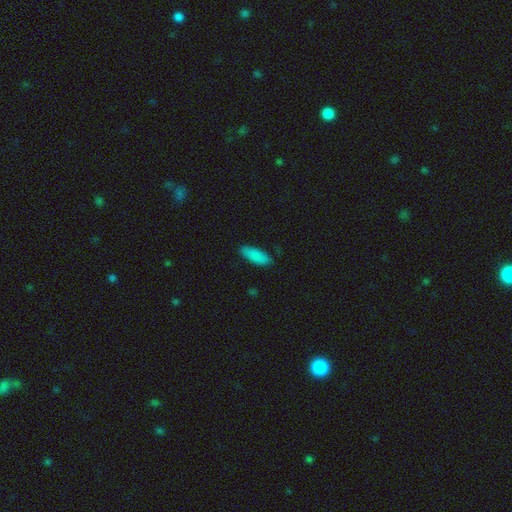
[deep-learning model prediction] Smooth or featured?
  - smooth: 88% *
  - star or artifact: 7%
  - featured or disk: 6%
How rounded?
  - in between: 71% *
  - cigar-shaped: 27%
  - round: 2%
Merging?
  - none: 84% *
  - minor disturbance: 12%
  - major disturbance: 2%
  - merger: 1%